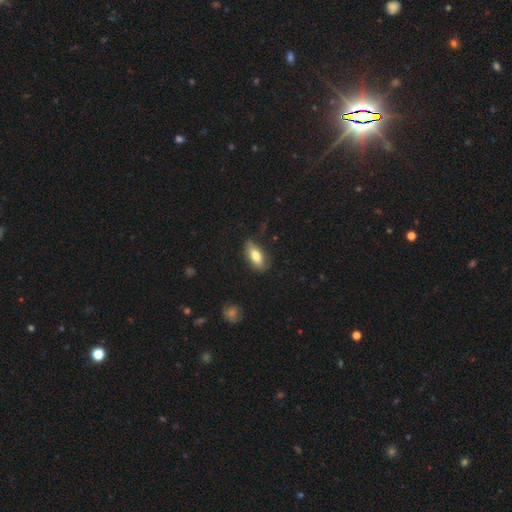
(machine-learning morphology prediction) type=smooth (79%); roundness=in between (86%); merging=none (73%).